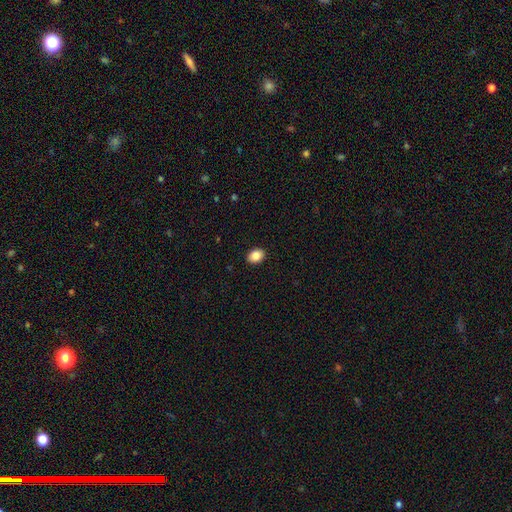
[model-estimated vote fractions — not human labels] Smooth or featured? smooth (86%)
How rounded? in between (70%)
Merging? none (91%)